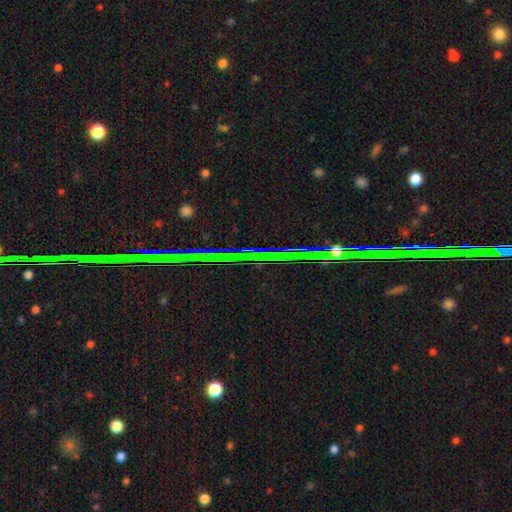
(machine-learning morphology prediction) Smooth or featured?
  - star or artifact: 80% *
  - featured or disk: 11%
  - smooth: 9%